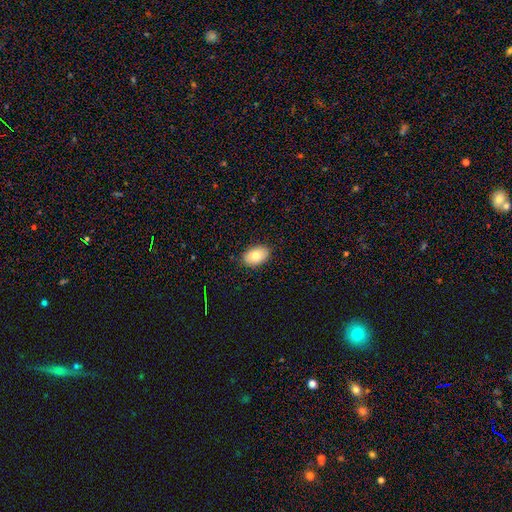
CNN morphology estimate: Smooth or featured? smooth (79%)
How rounded? in between (89%)
Merging? none (86%)